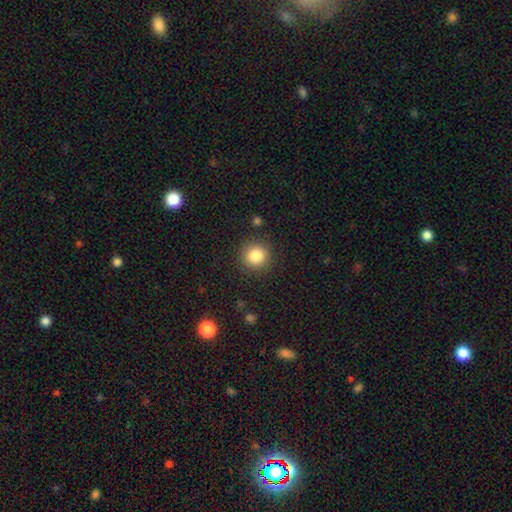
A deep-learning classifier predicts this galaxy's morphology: Smooth or featured? smooth (84%)
How rounded? round (90%)
Merging? none (88%)